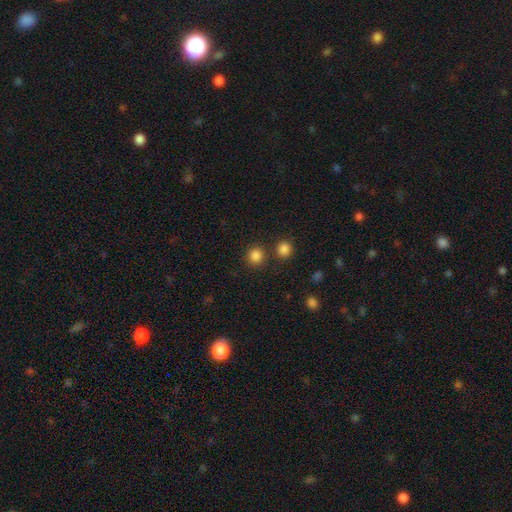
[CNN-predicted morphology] A smooth galaxy with no disk features (84%) that is round (90%).

Vote fractions:
- Smooth or featured? smooth: 84% / star or artifact: 12% / featured or disk: 3%
- How rounded? round: 90% / in between: 9% / cigar-shaped: 1%
- Merging? none: 81% / merger: 10% / minor disturbance: 7% / major disturbance: 3%